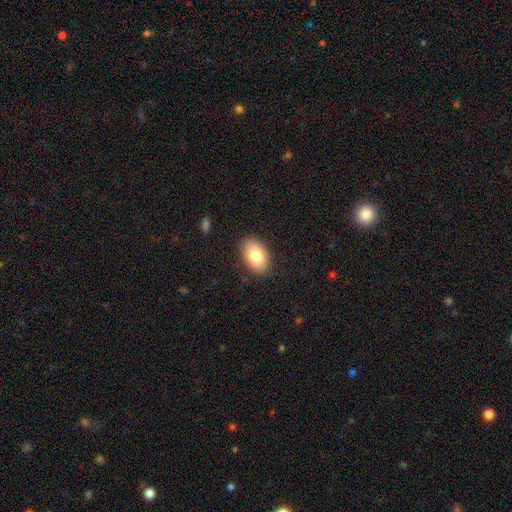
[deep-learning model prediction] Smooth or featured?
  - smooth: 81% *
  - featured or disk: 11%
  - star or artifact: 7%
How rounded?
  - in between: 88% *
  - round: 11%
  - cigar-shaped: 1%
Merging?
  - none: 87% *
  - minor disturbance: 10%
  - major disturbance: 2%
  - merger: 1%